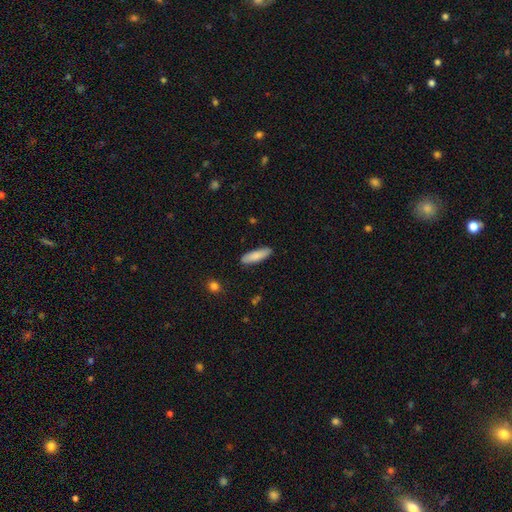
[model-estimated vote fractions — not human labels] Smooth or featured? Predicted: smooth (p=0.85). How rounded? Predicted: cigar-shaped (p=0.56). Merging? Predicted: none (p=0.87).